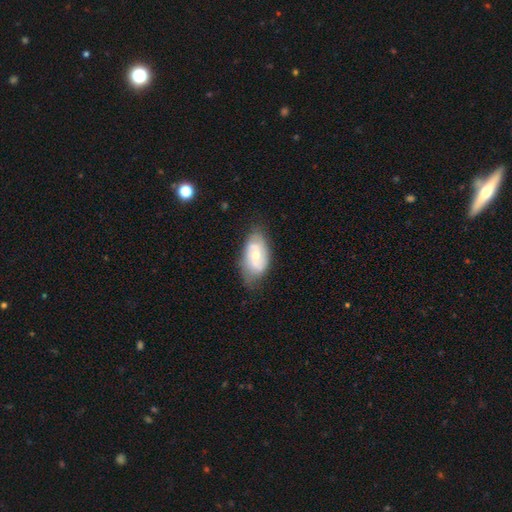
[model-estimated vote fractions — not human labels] A featured or disk galaxy (58%) with no bar (51%), spiral arms (78%) and a moderate central bulge (53%). Merging: none (68%).